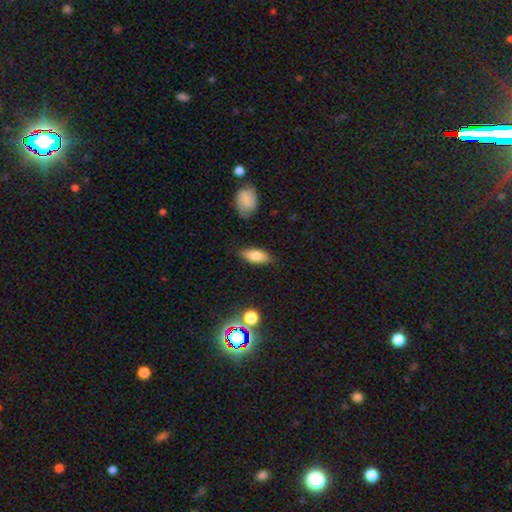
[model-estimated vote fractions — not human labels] A smooth galaxy with no disk features (75%) that is in between round and cigar-shaped (83%).

Vote fractions:
- Smooth or featured? smooth: 75% / featured or disk: 17% / star or artifact: 8%
- How rounded? in between: 83% / cigar-shaped: 14% / round: 3%
- Merging? none: 79% / minor disturbance: 15% / major disturbance: 3% / merger: 2%